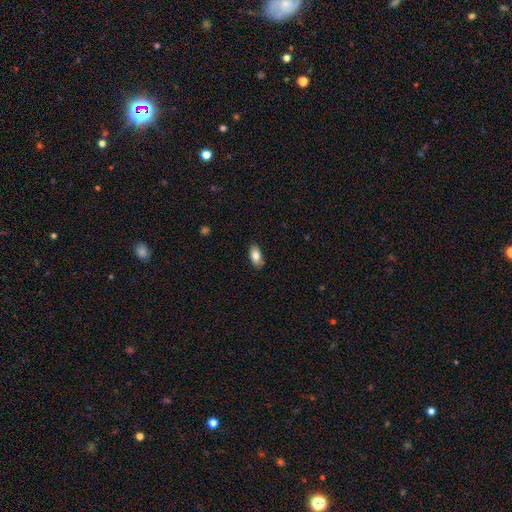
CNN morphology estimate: smooth_or_featured: smooth (p=0.81) [alt: featured or disk p=0.12]
how_rounded: in between (p=0.90) [alt: cigar-shaped p=0.06]
merging: none (p=0.84) [alt: minor disturbance p=0.13]